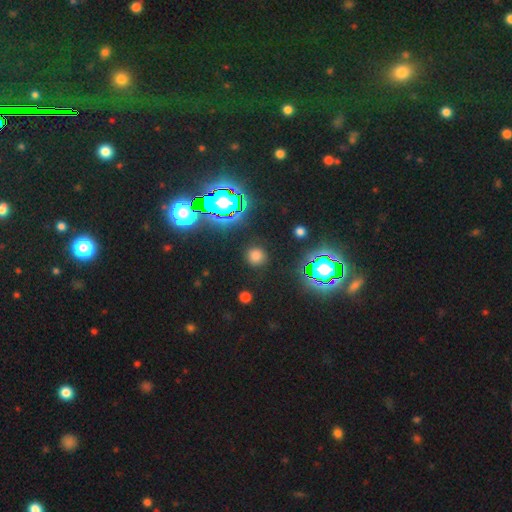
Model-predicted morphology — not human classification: Smooth or featured? Predicted: smooth (p=0.64). How rounded? Predicted: round (p=0.93). Merging? Predicted: none (p=0.90).